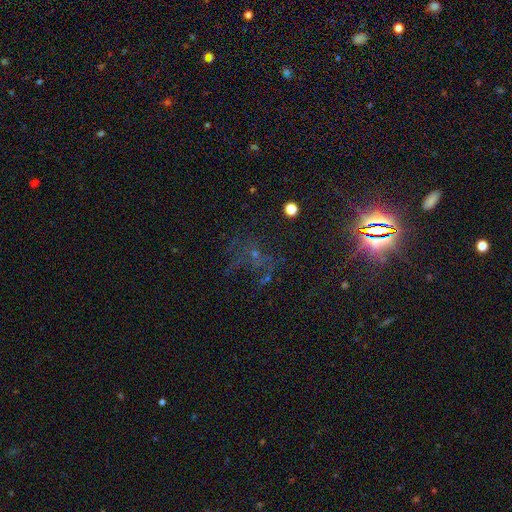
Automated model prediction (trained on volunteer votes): Smooth or featured? star or artifact (59%)